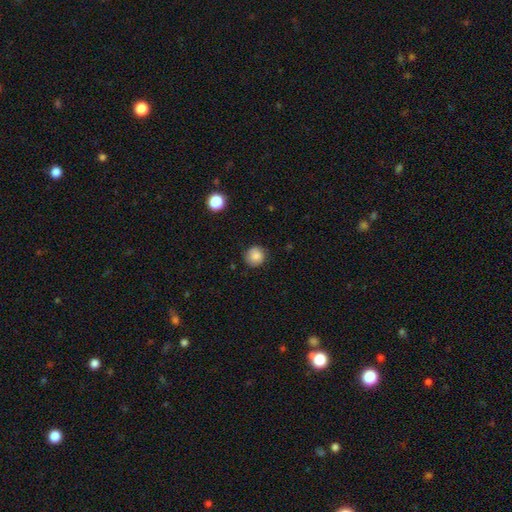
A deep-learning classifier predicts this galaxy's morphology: smooth 83%, star or artifact 9%, featured or disk 8%. Down the decision tree: how rounded — round (91%); merging — none (84%).